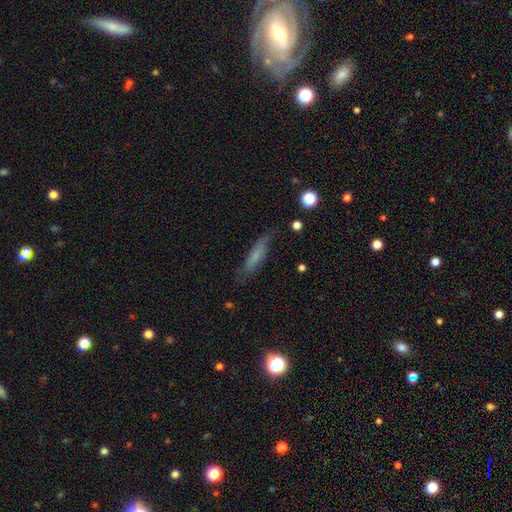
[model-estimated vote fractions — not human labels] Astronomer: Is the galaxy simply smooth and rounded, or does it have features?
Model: smooth — 60%.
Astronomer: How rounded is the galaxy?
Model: cigar-shaped — 74%.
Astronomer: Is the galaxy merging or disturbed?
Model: none — 70%.